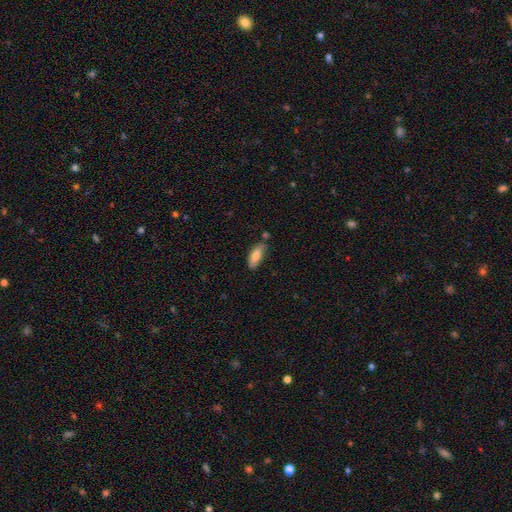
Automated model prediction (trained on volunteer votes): A smooth galaxy with no disk features (80%) that is in between round and cigar-shaped (71%).

Vote fractions:
- Smooth or featured? smooth: 80% / featured or disk: 14% / star or artifact: 6%
- How rounded? in between: 71% / cigar-shaped: 27% / round: 2%
- Merging? none: 65% / minor disturbance: 23% / merger: 8% / major disturbance: 4%